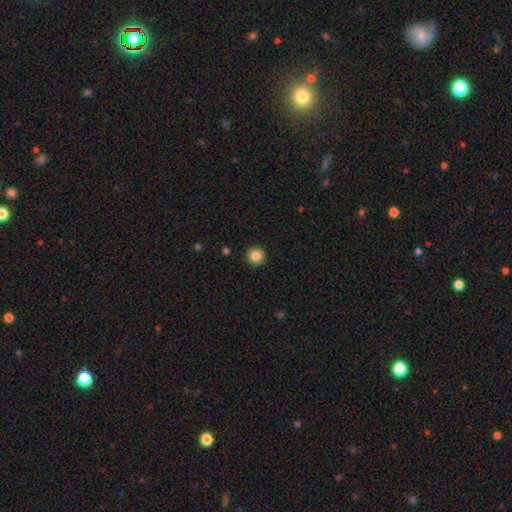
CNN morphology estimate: Smooth or featured: smooth — 85% (star or artifact — 10%)
How rounded: round — 95% (in between — 4%)
Merging: none — 92% (minor disturbance — 5%)